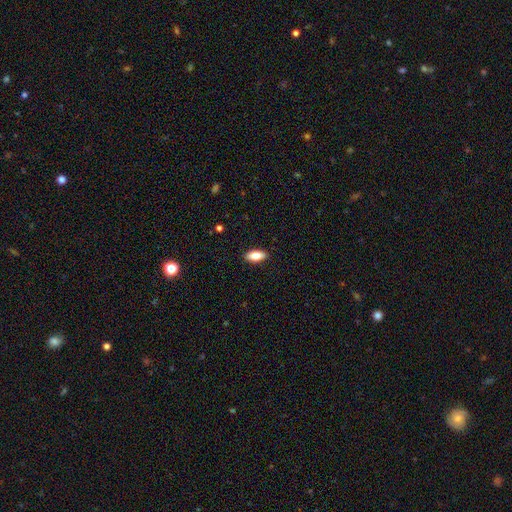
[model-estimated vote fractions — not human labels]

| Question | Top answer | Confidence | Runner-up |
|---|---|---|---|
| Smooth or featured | smooth | 84% | featured or disk (9%) |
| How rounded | in between | 87% | cigar-shaped (11%) |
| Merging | none | 89% | minor disturbance (8%) |